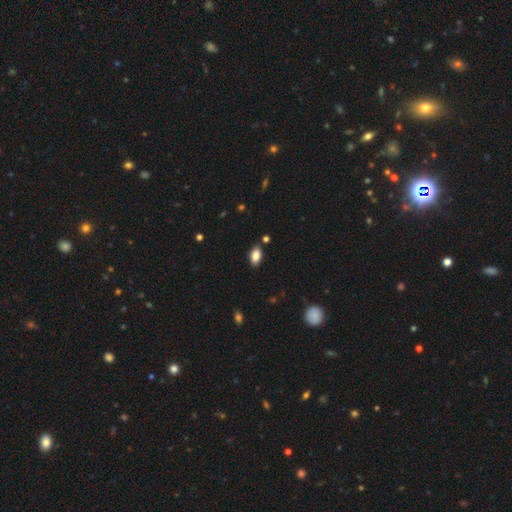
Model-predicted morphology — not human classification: Smooth or featured? Predicted: smooth (p=0.86). How rounded? Predicted: in between (p=0.92). Merging? Predicted: none (p=0.85).